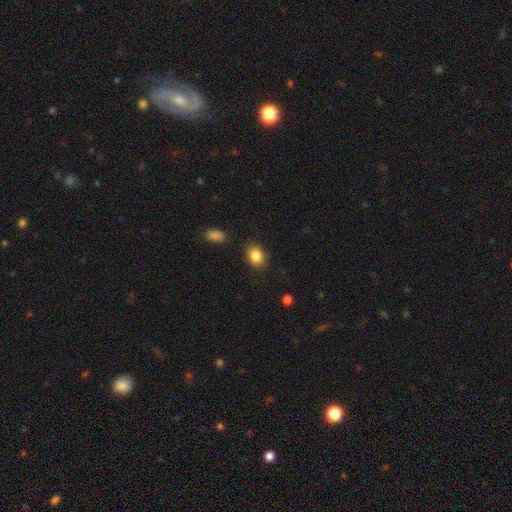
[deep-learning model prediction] This appears to be a smooth galaxy with no disk features (86%) that is in between round and cigar-shaped (56%). Merging: none (85%).